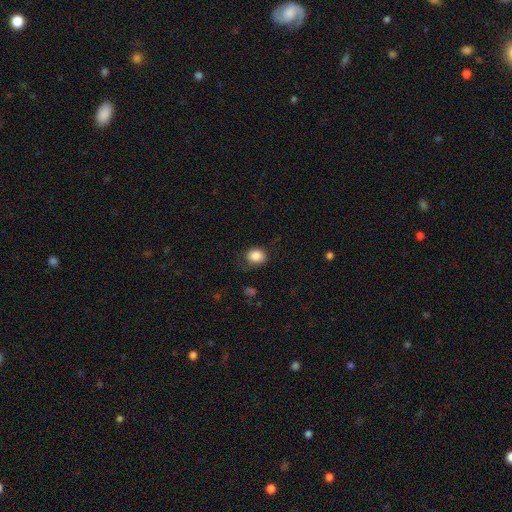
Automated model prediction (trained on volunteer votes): Smooth or featured? Predicted: smooth (p=0.86). How rounded? Predicted: round (p=0.53). Merging? Predicted: none (p=0.70).